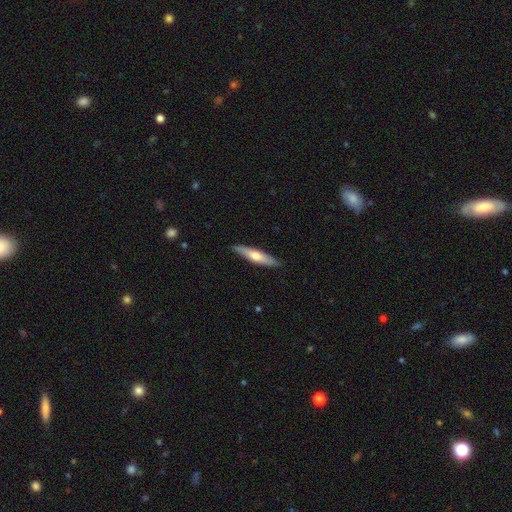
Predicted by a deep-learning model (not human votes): Morphology: type=smooth (54%); roundness=cigar-shaped (82%); merging=none (89%).